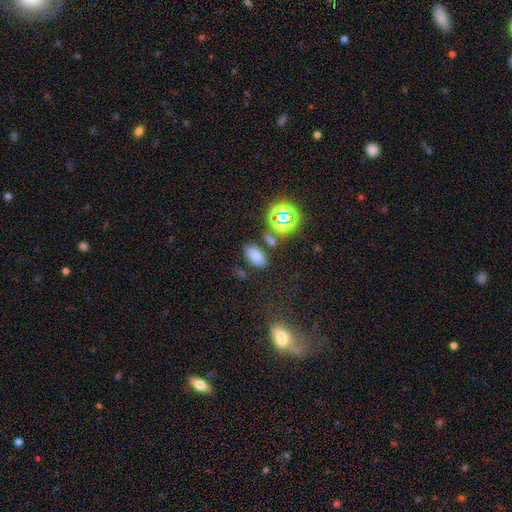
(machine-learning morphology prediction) Smooth or featured?
  - smooth: 70% *
  - star or artifact: 22%
  - featured or disk: 8%
How rounded?
  - in between: 88% *
  - round: 7%
  - cigar-shaped: 5%
Merging?
  - none: 78% *
  - minor disturbance: 10%
  - merger: 7%
  - major disturbance: 4%